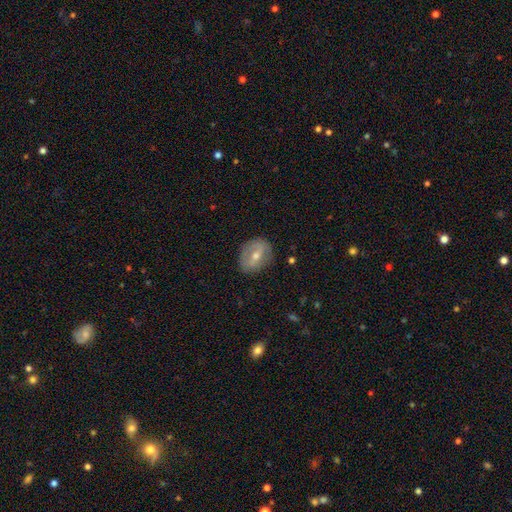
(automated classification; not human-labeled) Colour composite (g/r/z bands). It shows a featured or disk galaxy (51%). Merging: none (82%).